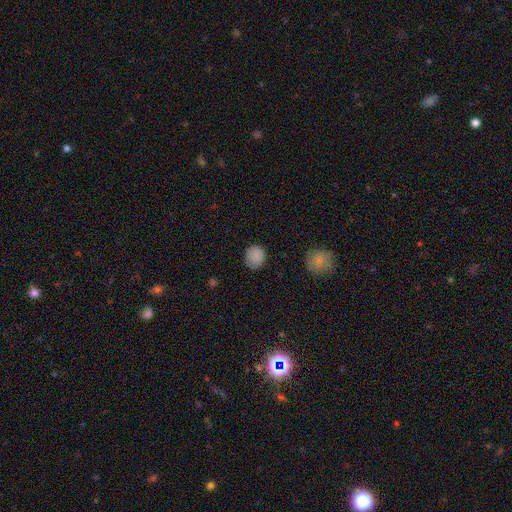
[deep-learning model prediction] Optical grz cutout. It shows a smooth galaxy with no disk features (86%) that is round (80%). Merging: none (83%).